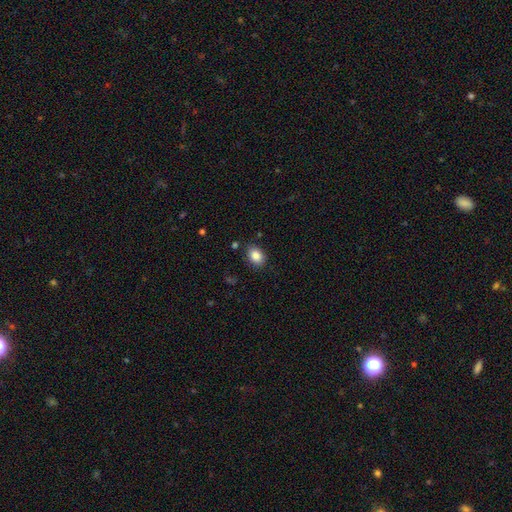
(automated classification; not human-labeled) This appears to be a smooth galaxy with no disk features (86%) that is in between round and cigar-shaped (76%). Merging: none (84%).